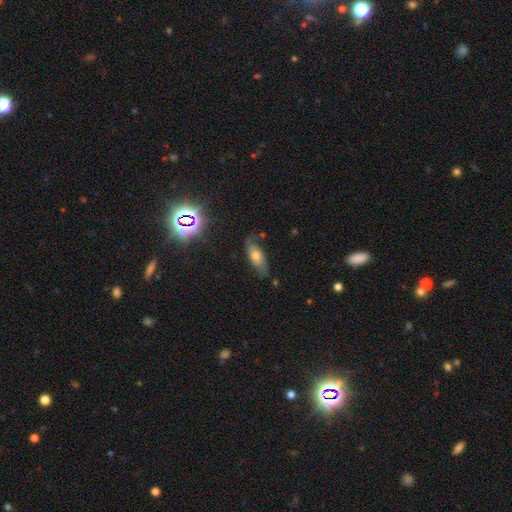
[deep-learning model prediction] smooth 47%, featured or disk 41%, star or artifact 12%. Down the decision tree: merging — none (65%).